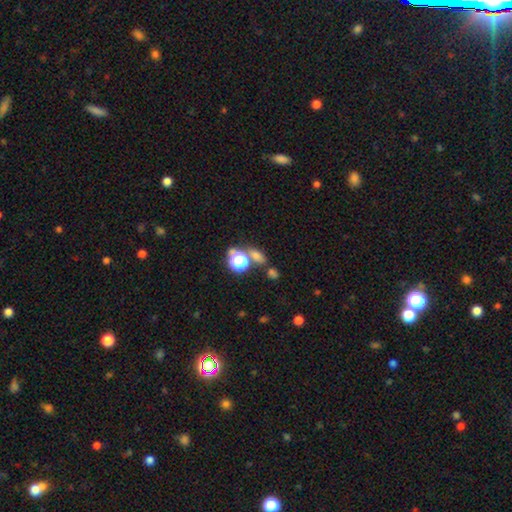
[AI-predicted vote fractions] Smooth or featured? Predicted: smooth (p=0.62). How rounded? Predicted: in between (p=0.51). Merging? Predicted: none (p=0.64).